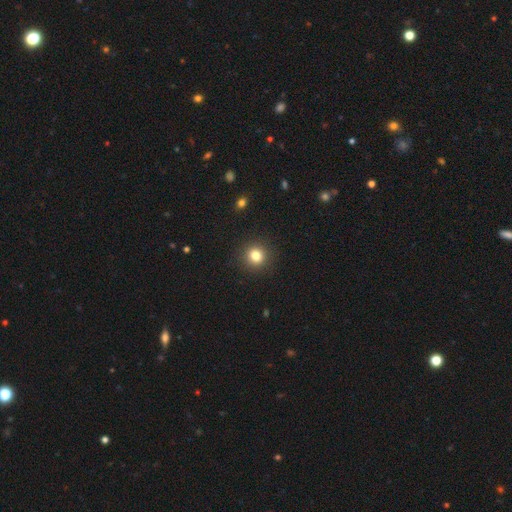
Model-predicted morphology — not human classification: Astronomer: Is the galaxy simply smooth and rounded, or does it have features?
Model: smooth — 81%.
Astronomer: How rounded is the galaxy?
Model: round — 90%.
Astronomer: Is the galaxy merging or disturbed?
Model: none — 92%.